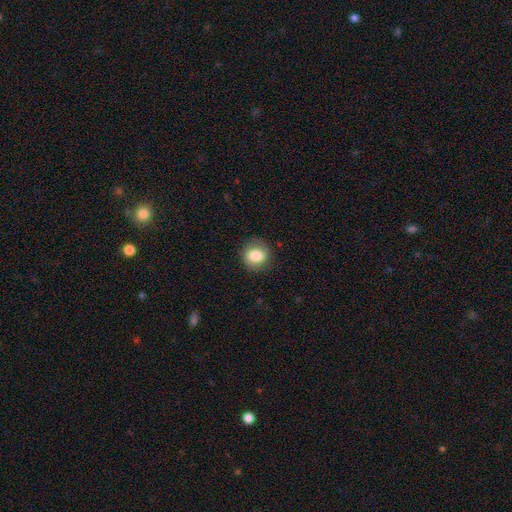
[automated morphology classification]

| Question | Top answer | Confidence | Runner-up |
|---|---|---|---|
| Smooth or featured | smooth | 82% | featured or disk (10%) |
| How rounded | round | 76% | in between (23%) |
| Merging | none | 83% | minor disturbance (12%) |